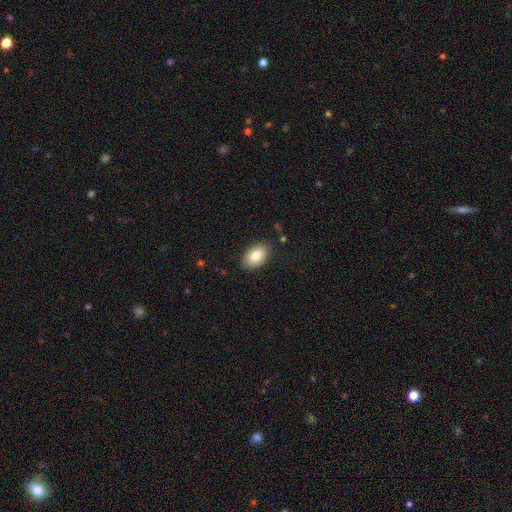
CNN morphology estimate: A smooth galaxy with no disk features (79%) that is in between round and cigar-shaped (86%).

Vote fractions:
- Smooth or featured? smooth: 79% / featured or disk: 13% / star or artifact: 7%
- How rounded? in between: 86% / round: 13% / cigar-shaped: 1%
- Merging? none: 85% / minor disturbance: 12% / major disturbance: 2% / merger: 1%